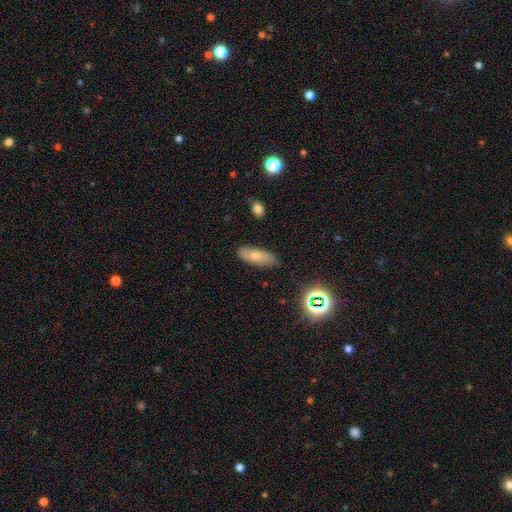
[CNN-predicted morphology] smooth 66%, featured or disk 25%, star or artifact 9%. Down the decision tree: how rounded — in between (79%); merging — none (80%).